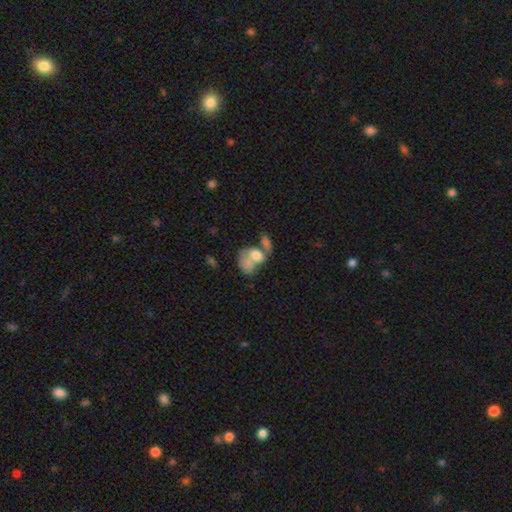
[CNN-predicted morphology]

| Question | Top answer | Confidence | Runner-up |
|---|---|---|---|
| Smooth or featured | smooth | 70% | featured or disk (21%) |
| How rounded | in between | 75% | round (23%) |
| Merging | merger | 55% | none (18%) |